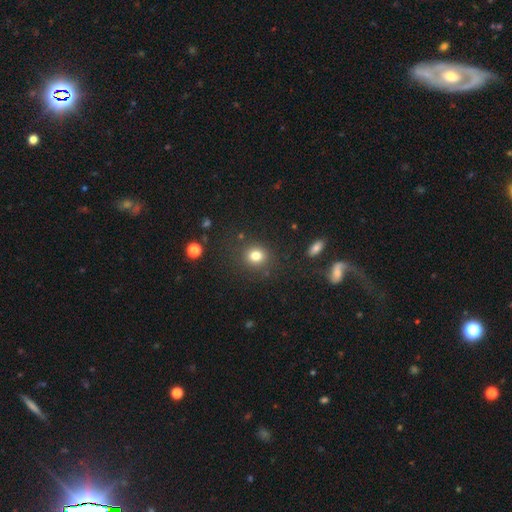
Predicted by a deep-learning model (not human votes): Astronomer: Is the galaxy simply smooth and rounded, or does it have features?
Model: smooth — 81%.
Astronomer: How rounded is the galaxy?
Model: round — 78%.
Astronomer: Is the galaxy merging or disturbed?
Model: none — 83%.